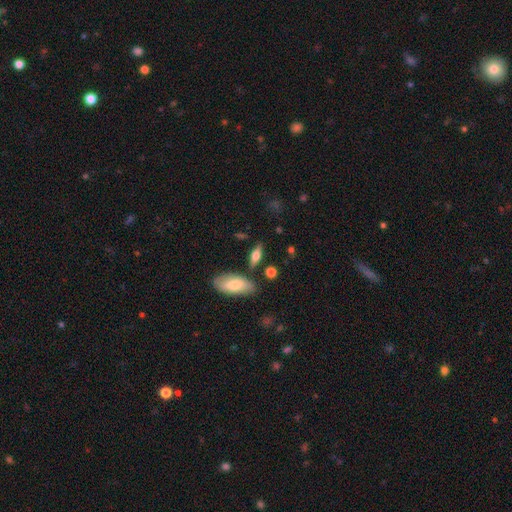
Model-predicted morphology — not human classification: A smooth galaxy with no disk features (56%) that is in between round and cigar-shaped (59%).

Vote fractions:
- Smooth or featured? smooth: 56% / featured or disk: 37% / star or artifact: 8%
- How rounded? in between: 59% / cigar-shaped: 35% / round: 6%
- Merging? none: 77% / minor disturbance: 12% / merger: 8% / major disturbance: 4%